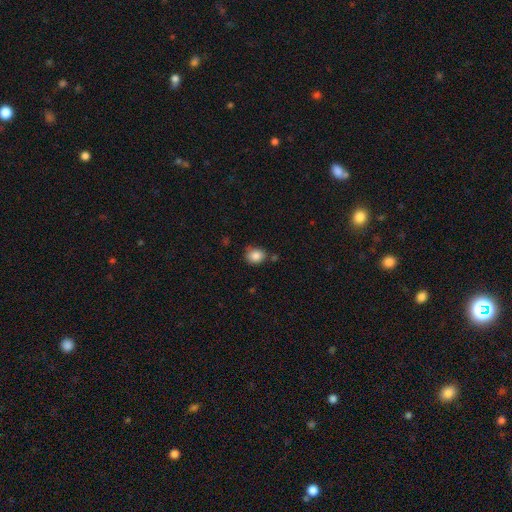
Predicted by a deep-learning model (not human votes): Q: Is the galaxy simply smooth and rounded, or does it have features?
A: smooth — 86%.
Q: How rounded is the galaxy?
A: round — 61%.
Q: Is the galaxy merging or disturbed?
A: none — 71%.